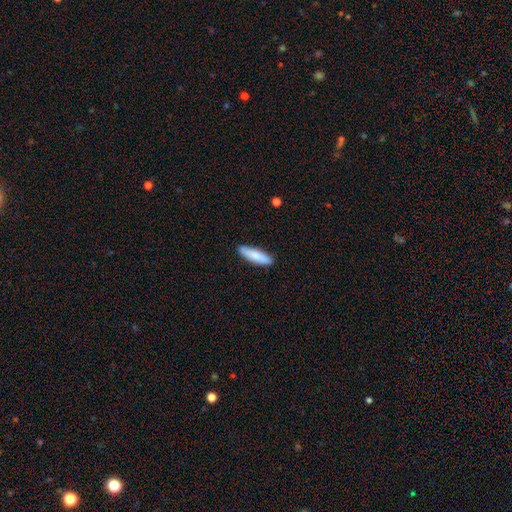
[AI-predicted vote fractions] smooth 83%, featured or disk 12%, star or artifact 5%. Down the decision tree: how rounded — cigar-shaped (67%); merging — none (88%).